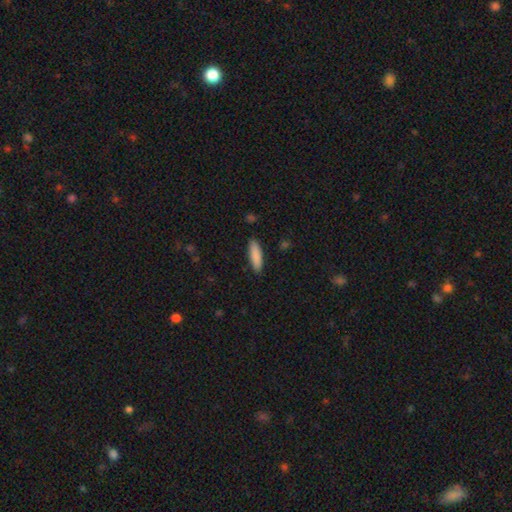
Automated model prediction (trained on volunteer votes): Smooth or featured: smooth — 88% (featured or disk — 6%)
How rounded: cigar-shaped — 57% (in between — 41%)
Merging: none — 88% (minor disturbance — 9%)